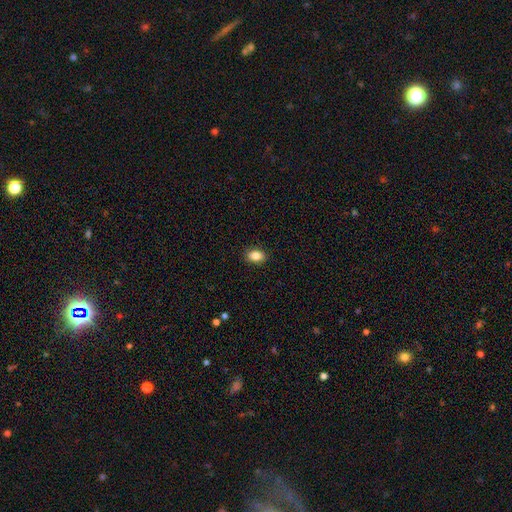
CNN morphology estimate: type=smooth (87%); roundness=in between (80%); merging=none (89%).